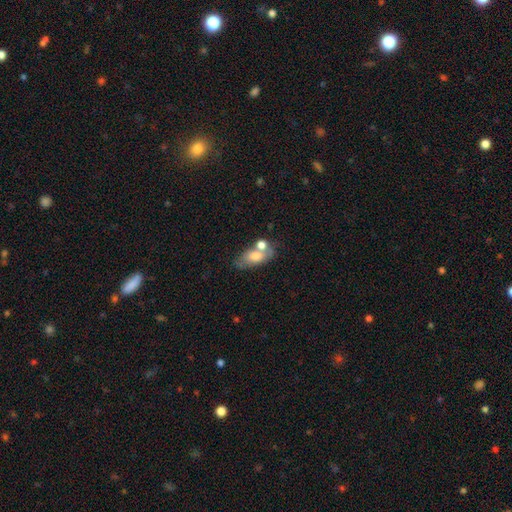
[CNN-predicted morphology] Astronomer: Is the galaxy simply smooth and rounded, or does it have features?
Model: smooth — 67%.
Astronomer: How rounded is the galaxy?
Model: in between — 84%.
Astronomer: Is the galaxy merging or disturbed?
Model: none — 41% (runner-up: merger, 34%).